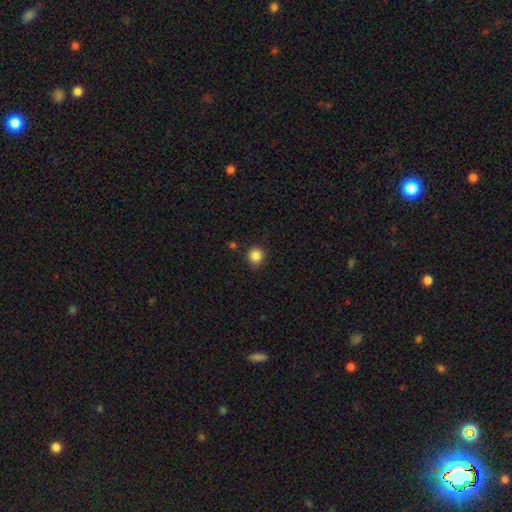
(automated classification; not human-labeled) Smooth or featured: smooth — 86% (star or artifact — 11%)
How rounded: round — 93% (in between — 6%)
Merging: none — 89% (minor disturbance — 7%)